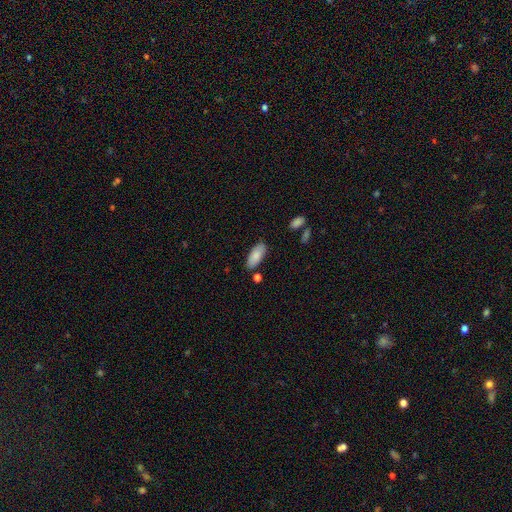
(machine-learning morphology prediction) Smooth or featured? Predicted: smooth (p=0.86). How rounded? Predicted: in between (p=0.86). Merging? Predicted: none (p=0.81).